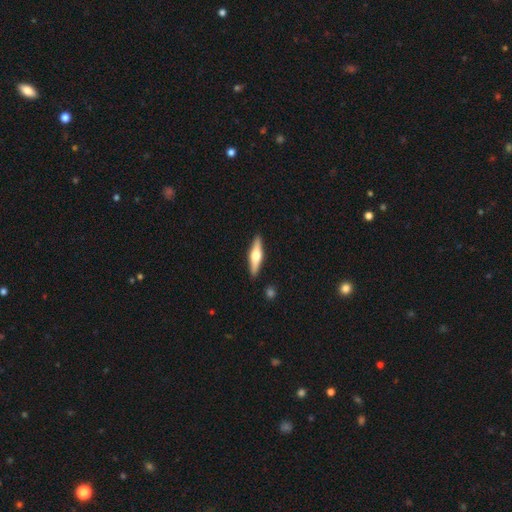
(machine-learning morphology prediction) A featured or disk galaxy (60%) viewed edge-on (96%) with a rounded central bulge (94%).

Vote fractions:
- Smooth or featured? featured or disk: 60% / smooth: 35% / star or artifact: 5%
- Edge-on disk? yes: 96% / no: 4%
- Edge-on bulge? rounded: 94% / boxy: 4% / none: 2%
- Merging? none: 90% / minor disturbance: 7% / major disturbance: 2% / merger: 1%